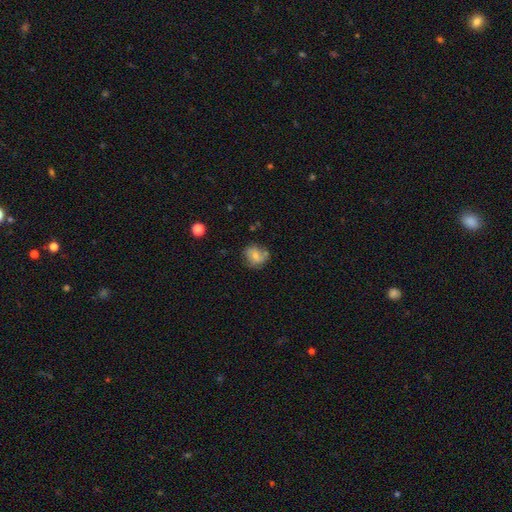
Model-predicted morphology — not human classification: Overall: smooth (61%; featured or disk 29%). How rounded: round (66%; in between 33%). Merging: none (58%; minor disturbance 26%).